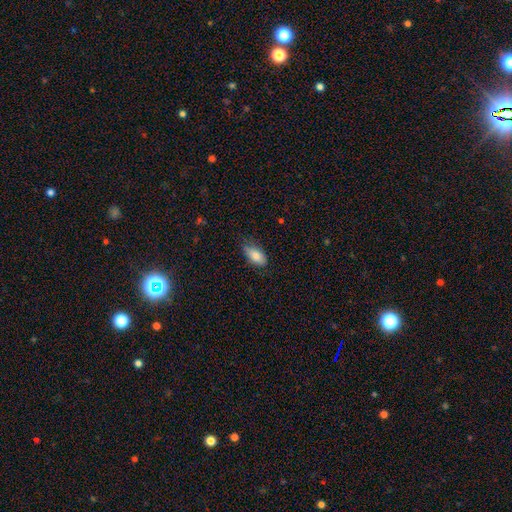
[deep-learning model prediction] A smooth galaxy with no disk features (84%) that is in between round and cigar-shaped (90%).

Vote fractions:
- Smooth or featured? smooth: 84% / featured or disk: 10% / star or artifact: 7%
- How rounded? in between: 90% / cigar-shaped: 7% / round: 3%
- Merging? none: 71% / minor disturbance: 24% / major disturbance: 4% / merger: 1%